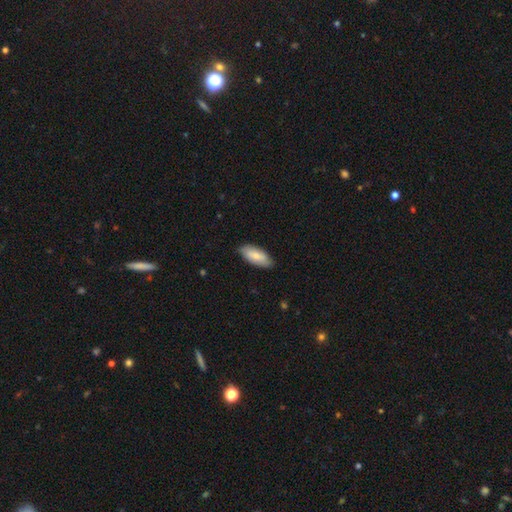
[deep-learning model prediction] A smooth galaxy with no disk features (77%) that is in between round and cigar-shaped (86%).

Vote fractions:
- Smooth or featured? smooth: 77% / featured or disk: 18% / star or artifact: 5%
- How rounded? in between: 86% / cigar-shaped: 12% / round: 2%
- Merging? none: 84% / minor disturbance: 13% / major disturbance: 2% / merger: 1%